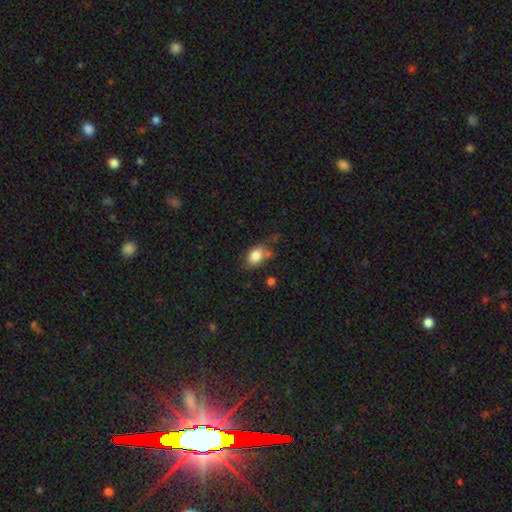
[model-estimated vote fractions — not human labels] This appears to be a smooth galaxy with no disk features (83%) that is in between round and cigar-shaped (75%). Merging: none (56%).